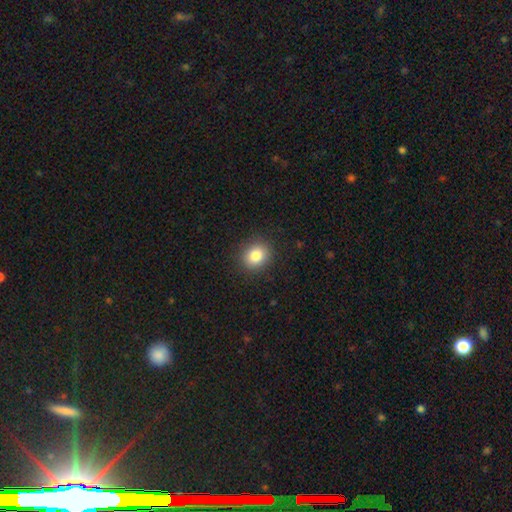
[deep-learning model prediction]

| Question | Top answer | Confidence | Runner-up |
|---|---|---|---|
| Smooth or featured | smooth | 84% | star or artifact (10%) |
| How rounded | round | 70% | in between (29%) |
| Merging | none | 90% | minor disturbance (7%) |